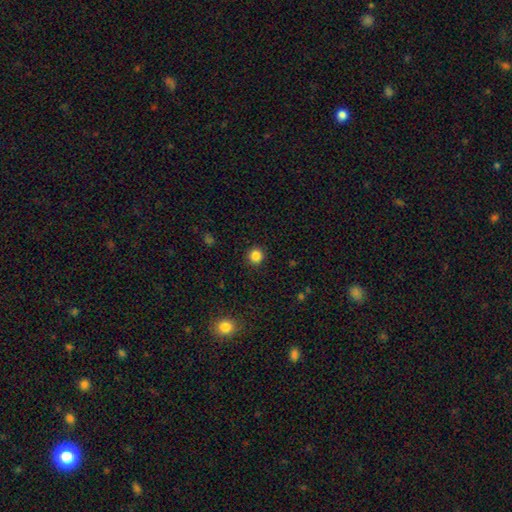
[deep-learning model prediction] Smooth or featured?
  - smooth: 85% *
  - star or artifact: 12%
  - featured or disk: 3%
How rounded?
  - round: 94% *
  - in between: 5%
  - cigar-shaped: 1%
Merging?
  - none: 91% *
  - minor disturbance: 6%
  - major disturbance: 2%
  - merger: 1%